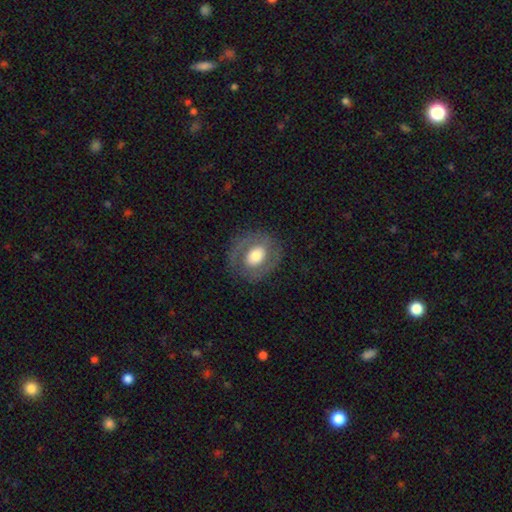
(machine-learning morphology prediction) Smooth or featured? featured or disk (50%)
Edge-on disk? no (94%)
Merging? none (78%)